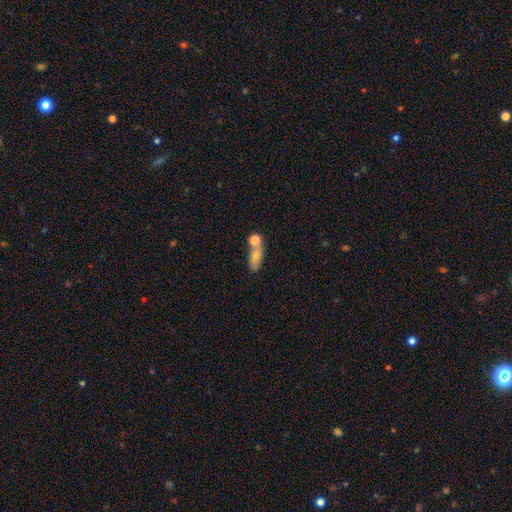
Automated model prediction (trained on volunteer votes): smooth 71%, featured or disk 20%, star or artifact 10%. Down the decision tree: how rounded — in between (70%); merging — none (40%).